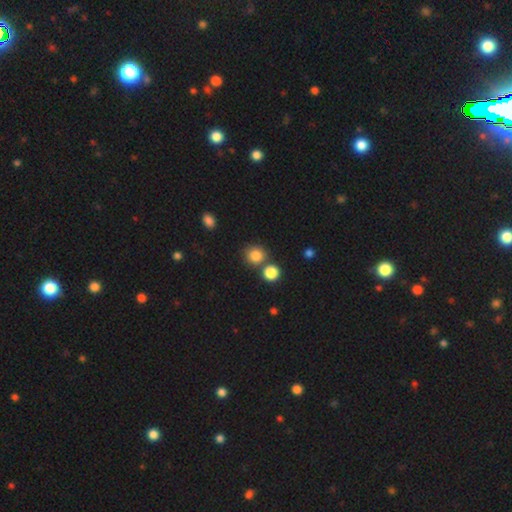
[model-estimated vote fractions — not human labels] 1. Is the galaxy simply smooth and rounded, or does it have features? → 83% smooth, 12% star or artifact, 6% featured or disk.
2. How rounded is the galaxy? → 86% round, 13% in between, 1% cigar-shaped.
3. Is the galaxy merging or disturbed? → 70% none, 19% merger, 8% minor disturbance, 3% major disturbance.